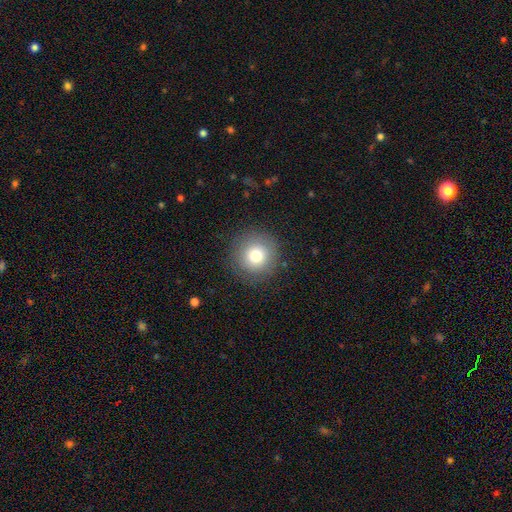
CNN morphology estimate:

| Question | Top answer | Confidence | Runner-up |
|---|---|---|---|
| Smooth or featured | smooth | 76% | featured or disk (13%) |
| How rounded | round | 95% | in between (4%) |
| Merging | none | 88% | minor disturbance (8%) |